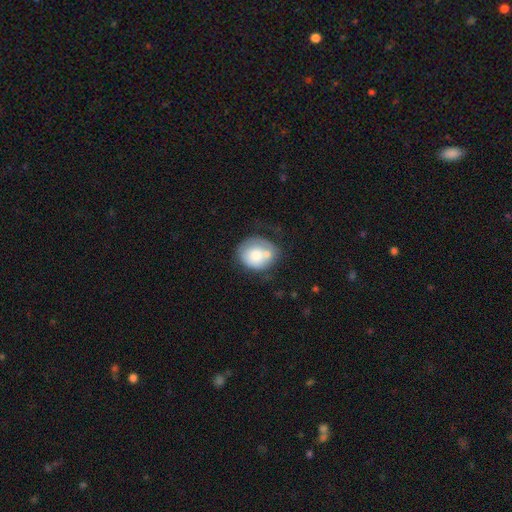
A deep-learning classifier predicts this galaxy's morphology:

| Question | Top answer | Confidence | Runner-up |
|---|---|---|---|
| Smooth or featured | smooth | 67% | featured or disk (26%) |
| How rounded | round | 65% | in between (34%) |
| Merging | none | 39% | merger (27%) |